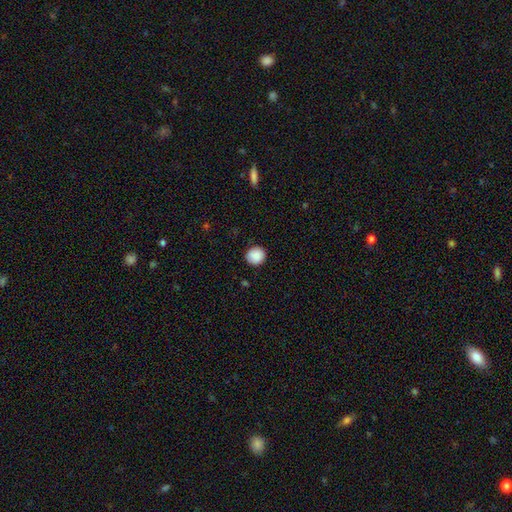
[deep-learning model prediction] Smooth or featured? smooth (89%)
How rounded? round (91%)
Merging? none (89%)